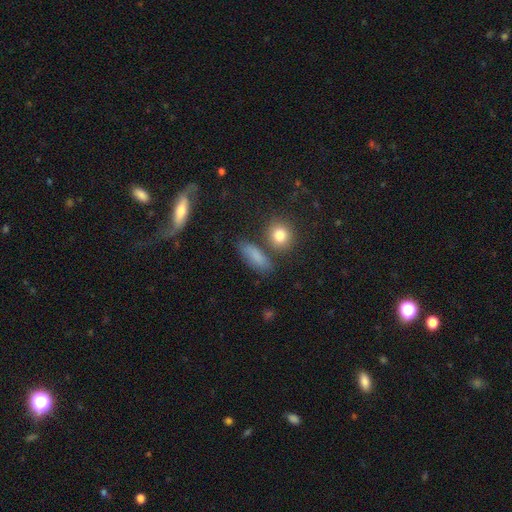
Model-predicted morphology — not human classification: smooth 77%, featured or disk 13%, star or artifact 11%. Down the decision tree: how rounded — in between (55%); merging — none (70%).